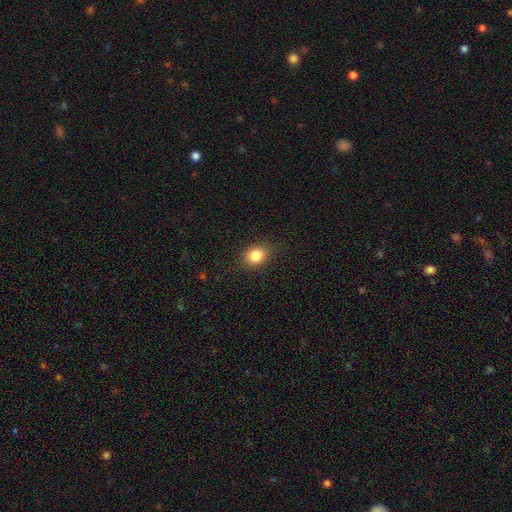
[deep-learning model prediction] Morphology: type=smooth (83%); roundness=round (54%); merging=none (86%).